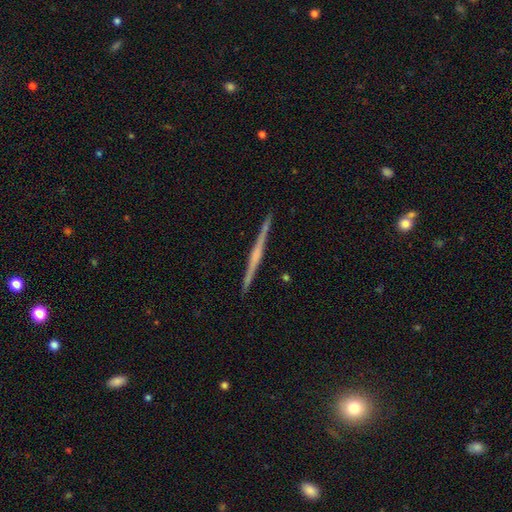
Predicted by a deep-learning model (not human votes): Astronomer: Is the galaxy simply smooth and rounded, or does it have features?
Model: featured or disk — 76%.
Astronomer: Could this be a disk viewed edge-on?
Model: yes — 99%.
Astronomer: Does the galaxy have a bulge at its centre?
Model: rounded — 43% (runner-up: none, 41%).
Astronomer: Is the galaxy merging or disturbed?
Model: none — 92%.